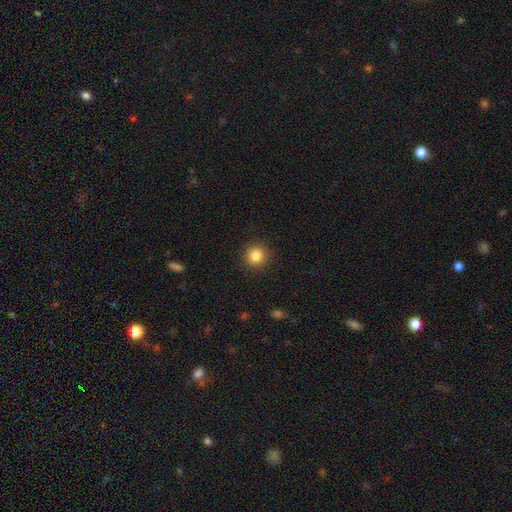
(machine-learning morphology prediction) Smooth or featured? smooth (84%)
How rounded? round (94%)
Merging? none (91%)